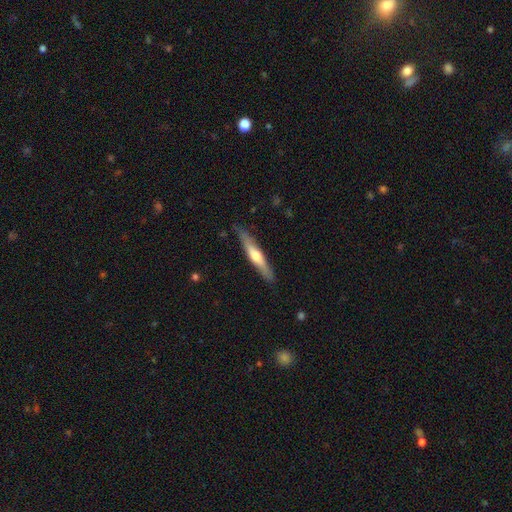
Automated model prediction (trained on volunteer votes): featured or disk 51%, smooth 44%, star or artifact 5%. Down the decision tree: edge-on disk — yes (92%); merging — none (84%).